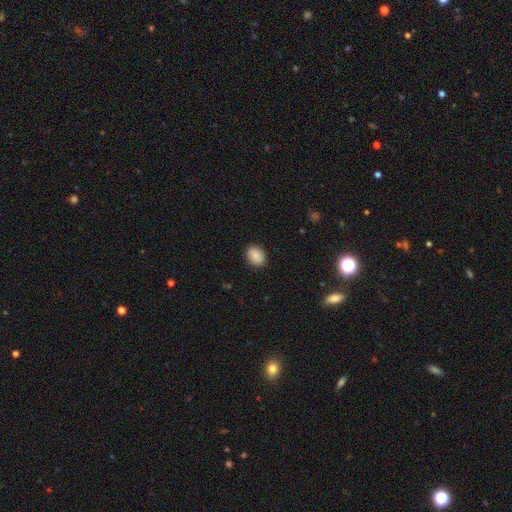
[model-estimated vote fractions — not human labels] Smooth or featured?
  - smooth: 87% *
  - star or artifact: 7%
  - featured or disk: 6%
How rounded?
  - in between: 70% *
  - round: 29%
  - cigar-shaped: 1%
Merging?
  - none: 88% *
  - minor disturbance: 9%
  - major disturbance: 2%
  - merger: 1%